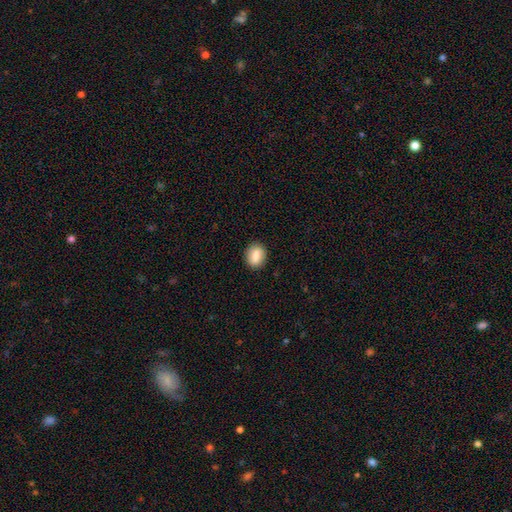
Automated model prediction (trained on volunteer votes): Smooth or featured? smooth (78%)
How rounded? in between (52%)
Merging? none (88%)